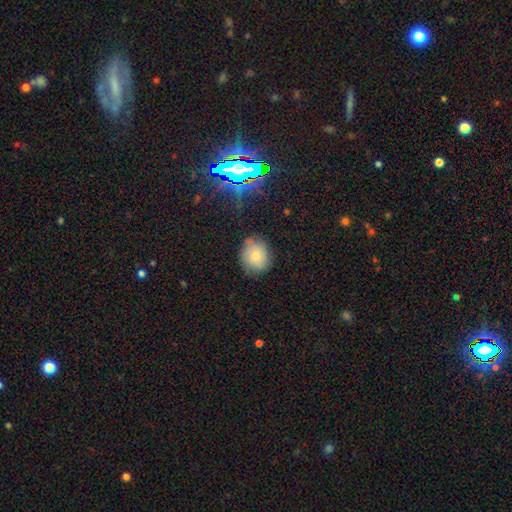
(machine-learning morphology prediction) Smooth or featured: smooth — 69% (featured or disk — 18%)
How rounded: round — 70% (in between — 29%)
Merging: none — 73% (minor disturbance — 20%)